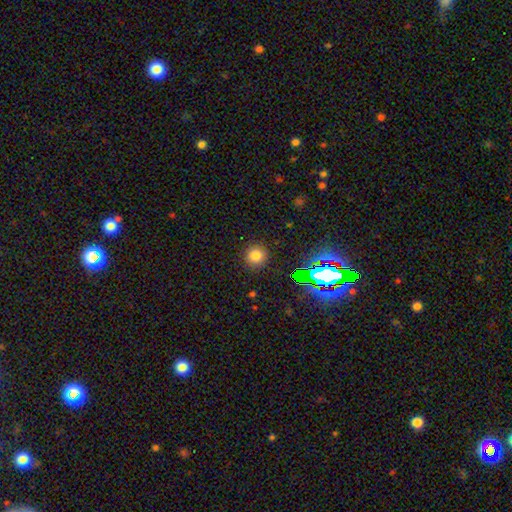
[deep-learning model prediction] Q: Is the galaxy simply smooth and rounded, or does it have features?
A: smooth — 75%.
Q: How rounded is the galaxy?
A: round — 93%.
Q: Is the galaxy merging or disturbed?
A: none — 89%.